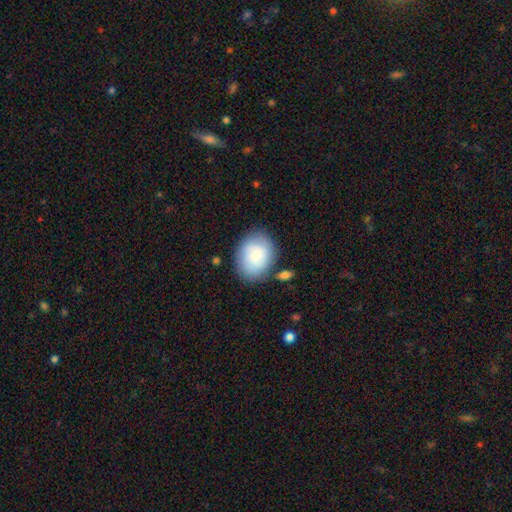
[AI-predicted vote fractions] Smooth or featured? Predicted: smooth (p=0.81). How rounded? Predicted: in between (p=0.60). Merging? Predicted: none (p=0.74).